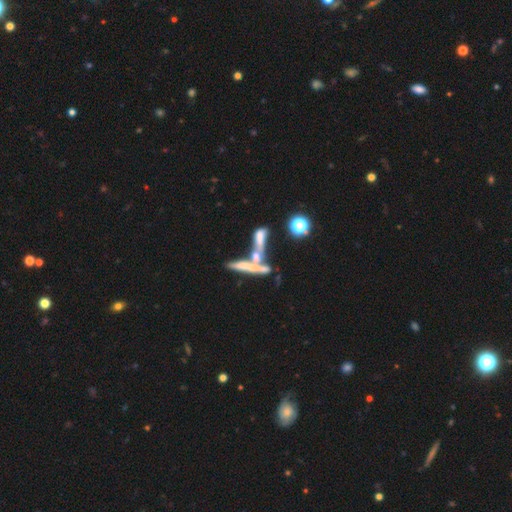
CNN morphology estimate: Smooth or featured? Predicted: featured or disk (p=0.48). Merging? Predicted: merger (p=0.55).